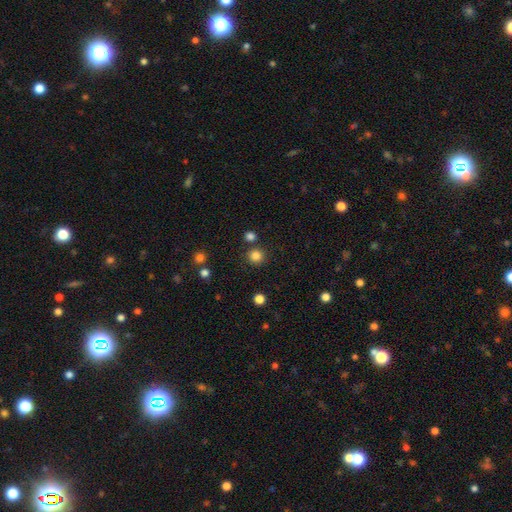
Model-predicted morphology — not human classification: Smooth or featured?
  - smooth: 83% *
  - star or artifact: 13%
  - featured or disk: 4%
How rounded?
  - round: 93% *
  - in between: 6%
  - cigar-shaped: 1%
Merging?
  - none: 84% *
  - merger: 7%
  - minor disturbance: 7%
  - major disturbance: 3%